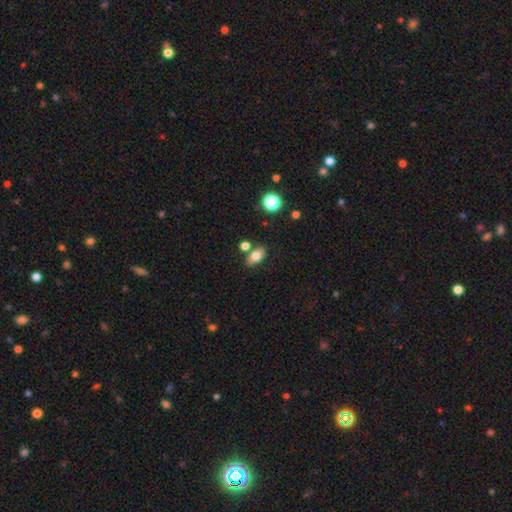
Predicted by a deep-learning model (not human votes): This appears to be a smooth galaxy with no disk features (75%) that is in between round and cigar-shaped (83%). Merging: none (72%).